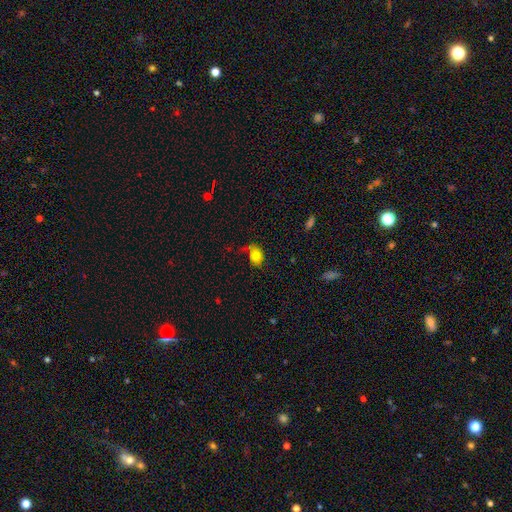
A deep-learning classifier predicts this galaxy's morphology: smooth_or_featured: smooth (p=0.74) [alt: featured or disk p=0.16]
how_rounded: in between (p=0.67) [alt: round p=0.32]
merging: none (p=0.46) [alt: minor disturbance p=0.26]